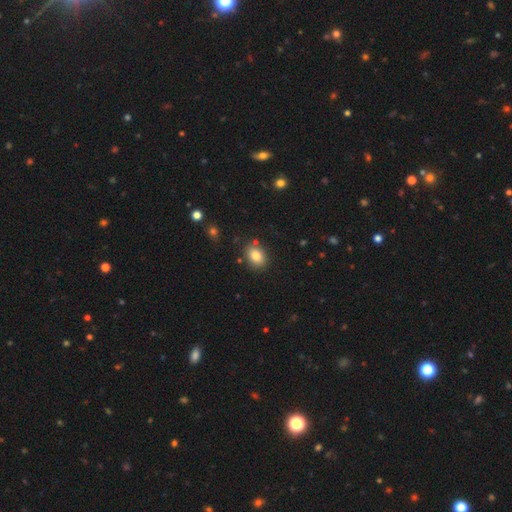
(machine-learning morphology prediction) type=smooth (83%); roundness=in between (72%); merging=none (82%).